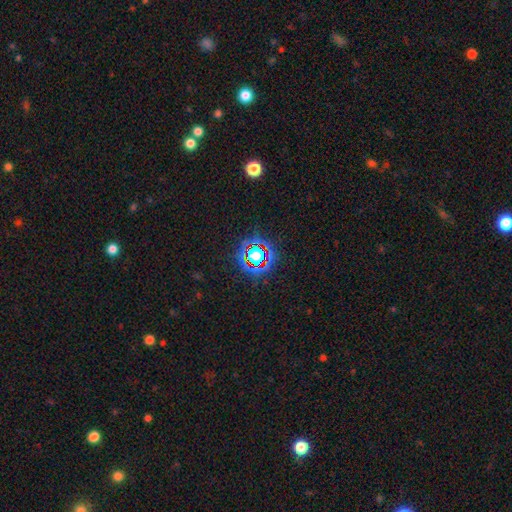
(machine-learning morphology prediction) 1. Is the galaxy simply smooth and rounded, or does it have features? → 64% star or artifact, 24% smooth, 12% featured or disk.